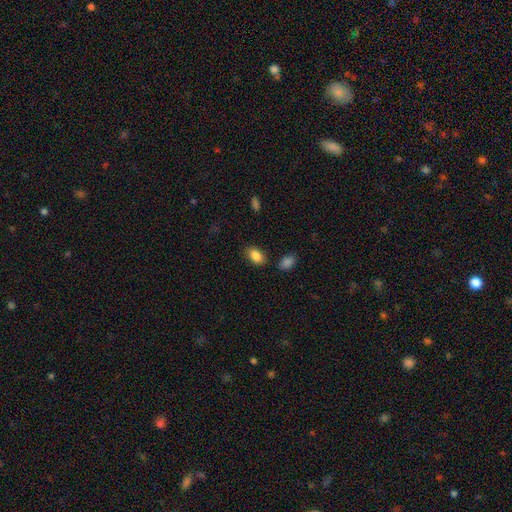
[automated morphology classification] Smooth or featured: smooth — 87% (star or artifact — 8%)
How rounded: in between — 90% (round — 8%)
Merging: none — 82% (minor disturbance — 11%)